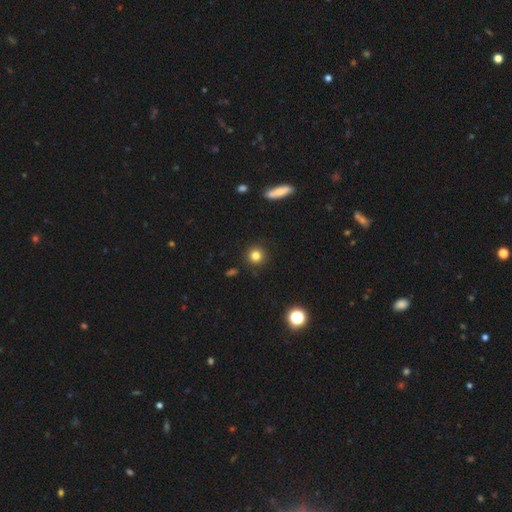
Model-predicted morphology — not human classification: Smooth or featured? smooth (81%)
How rounded? round (93%)
Merging? none (91%)